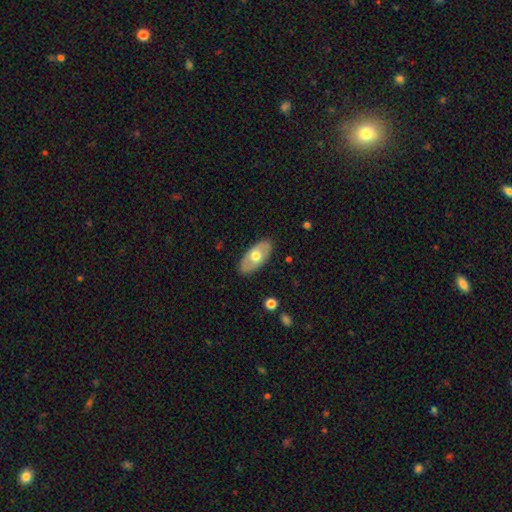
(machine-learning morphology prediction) type=smooth (55%); roundness=in between (93%); merging=none (86%).